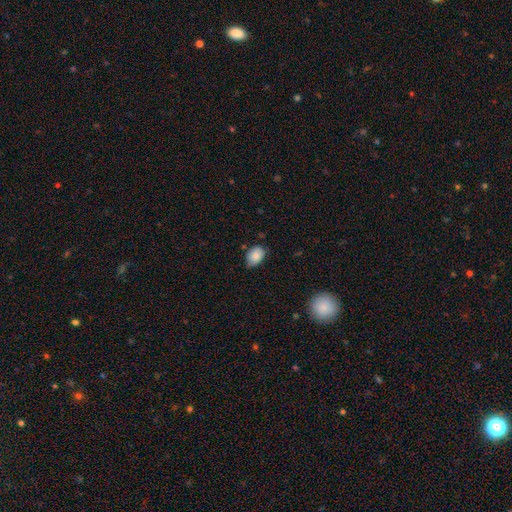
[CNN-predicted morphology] smooth 84%, featured or disk 8%, star or artifact 8%. Down the decision tree: how rounded — in between (82%); merging — none (69%).